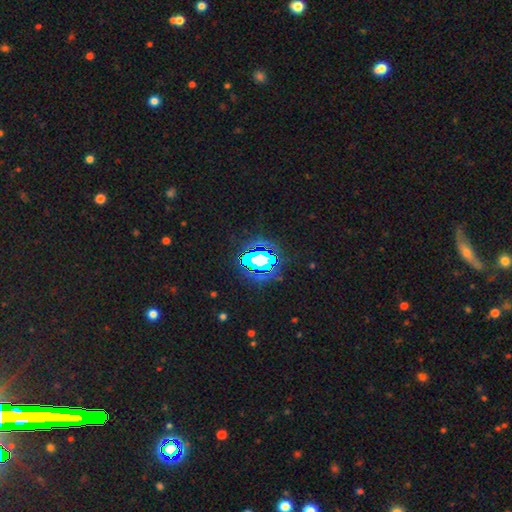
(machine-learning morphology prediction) Overall: star or artifact (77%).